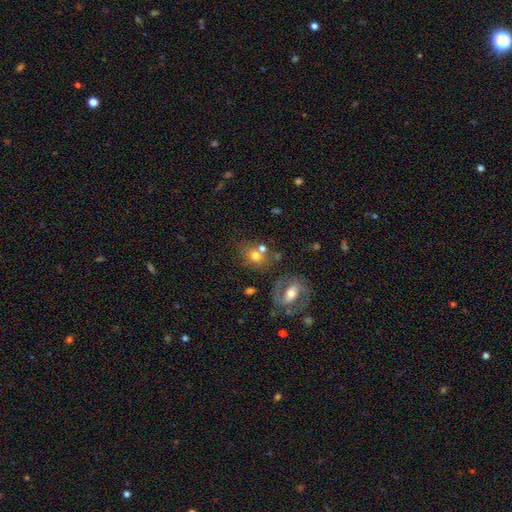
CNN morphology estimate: A smooth galaxy with no disk features (62%) that is round (62%).

Vote fractions:
- Smooth or featured? smooth: 62% / featured or disk: 24% / star or artifact: 14%
- How rounded? round: 62% / in between: 36% / cigar-shaped: 2%
- Merging? none: 52% / merger: 30% / minor disturbance: 13% / major disturbance: 6%